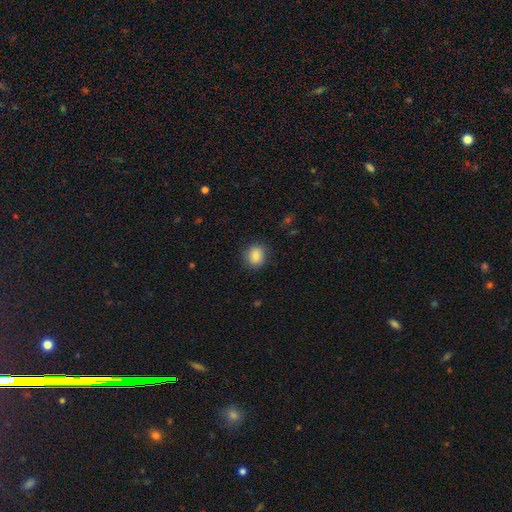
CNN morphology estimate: Smooth or featured? smooth (83%)
How rounded? round (75%)
Merging? none (85%)